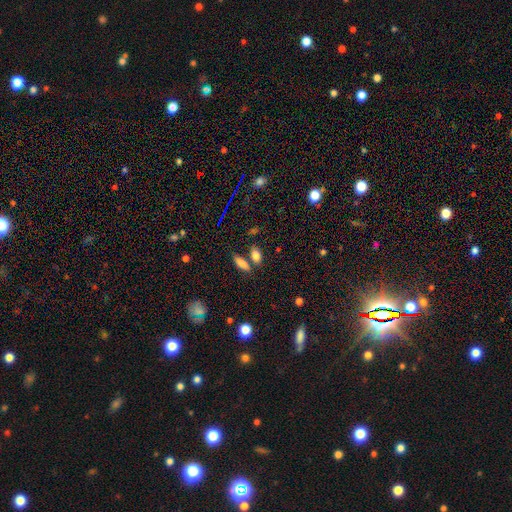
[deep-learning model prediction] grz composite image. It shows a smooth galaxy with no disk features (81%) that is in between round and cigar-shaped (81%). Merging: none (68%).